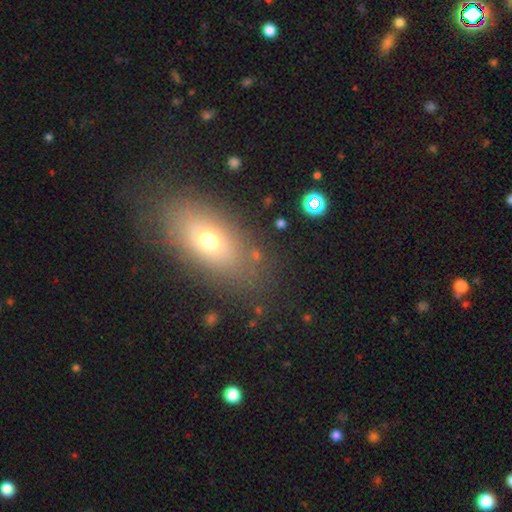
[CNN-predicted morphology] type=smooth (63%); roundness=in between (72%); merging=none (76%).